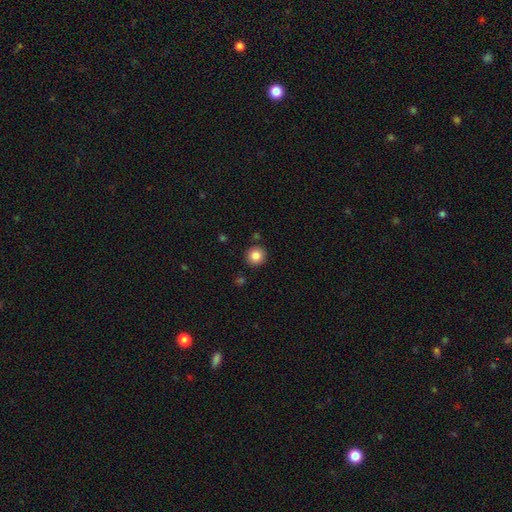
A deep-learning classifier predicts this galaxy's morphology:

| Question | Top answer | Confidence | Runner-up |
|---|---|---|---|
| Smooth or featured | smooth | 86% | star or artifact (10%) |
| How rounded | round | 93% | in between (6%) |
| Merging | none | 89% | minor disturbance (6%) |